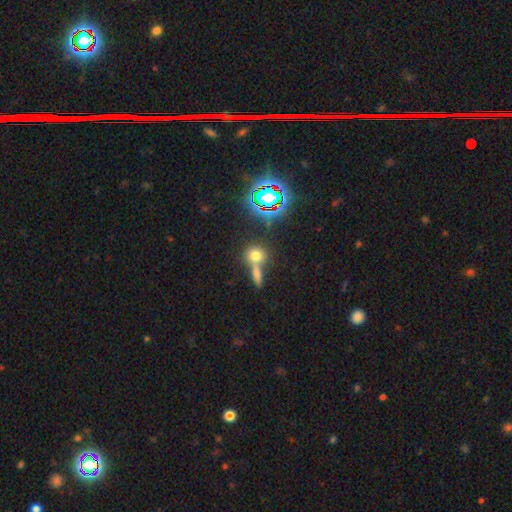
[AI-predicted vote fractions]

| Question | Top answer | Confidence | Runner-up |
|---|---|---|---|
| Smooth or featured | smooth | 66% | star or artifact (22%) |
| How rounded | round | 70% | in between (26%) |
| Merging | none | 46% | merger (42%) |